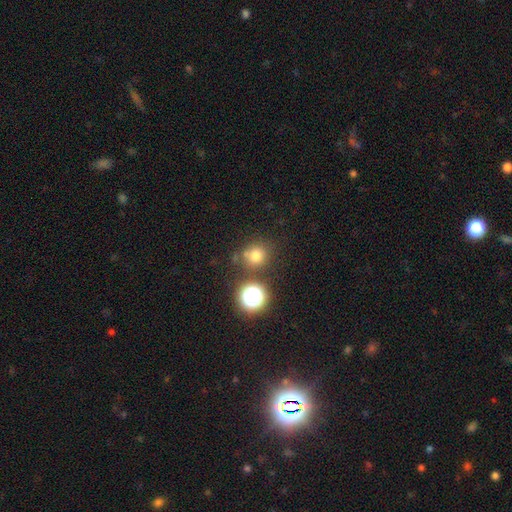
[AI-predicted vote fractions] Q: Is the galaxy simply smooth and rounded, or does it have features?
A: smooth — 72%.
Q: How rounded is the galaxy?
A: round — 88%.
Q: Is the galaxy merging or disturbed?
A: none — 72%.